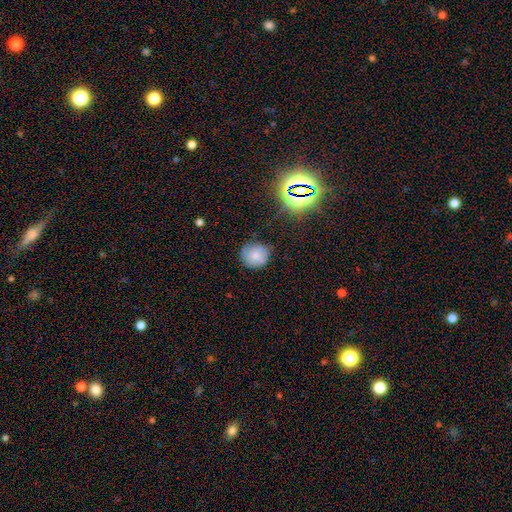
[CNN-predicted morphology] smooth 69%, featured or disk 19%, star or artifact 12%. Down the decision tree: how rounded — round (87%); merging — none (77%).